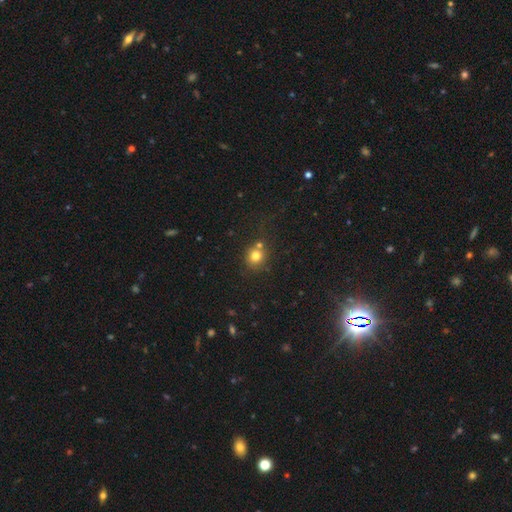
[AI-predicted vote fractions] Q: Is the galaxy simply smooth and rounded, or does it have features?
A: smooth — 77%.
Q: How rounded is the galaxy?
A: round — 83%.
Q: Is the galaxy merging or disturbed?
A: none — 61%.